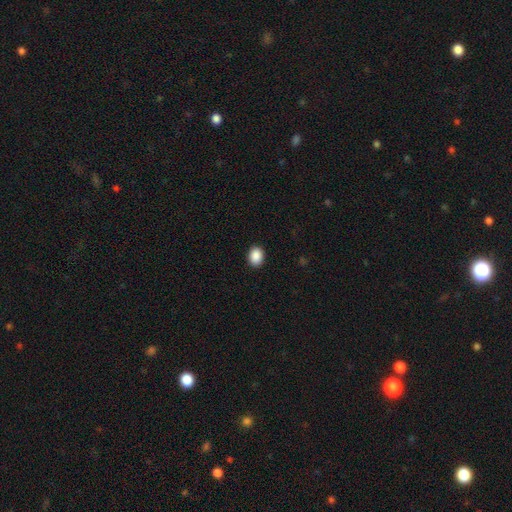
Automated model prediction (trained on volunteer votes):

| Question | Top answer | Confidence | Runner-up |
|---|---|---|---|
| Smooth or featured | smooth | 90% | star or artifact (8%) |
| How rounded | in between | 63% | round (36%) |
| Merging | none | 91% | minor disturbance (6%) |